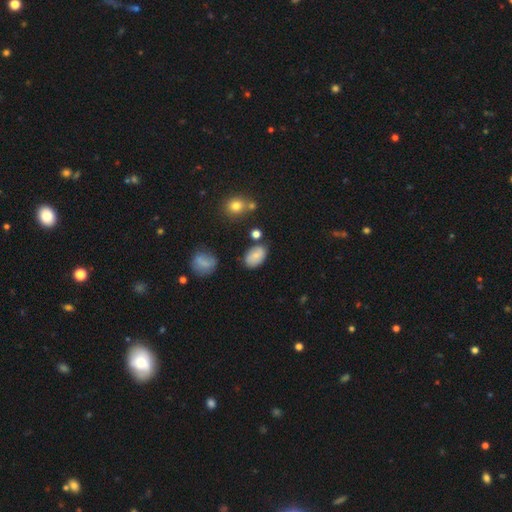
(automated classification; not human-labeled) The model was most divided on "merging": none: 71%, minor disturbance: 18%, merger: 6%, major disturbance: 5%. More confident: how rounded — in between (87%); smooth or featured — smooth (74%).